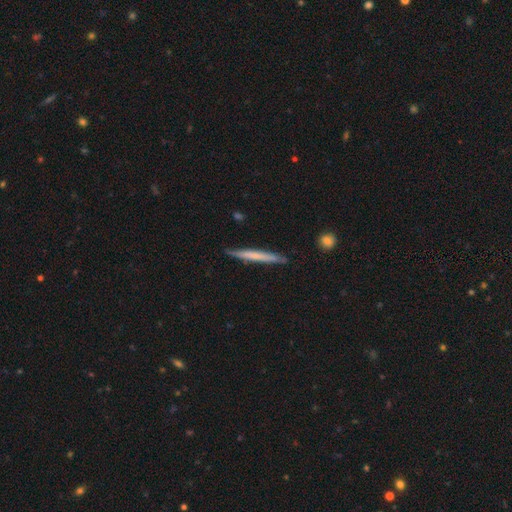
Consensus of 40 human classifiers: Smooth or featured: smooth — 50% (featured or disk — 48%)
How rounded: cigar-shaped — 90% (in between — 10%)
Merging: none — 90% (minor disturbance — 10%)